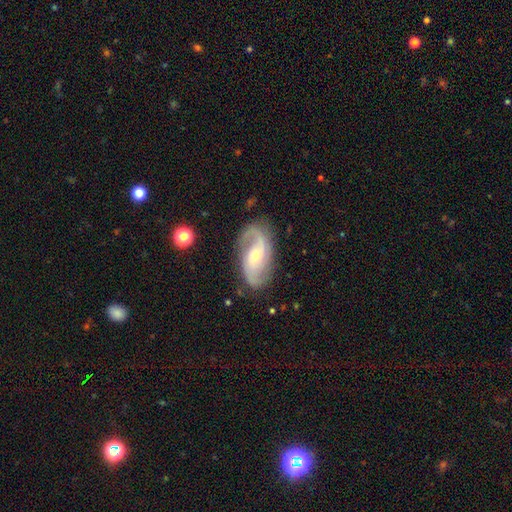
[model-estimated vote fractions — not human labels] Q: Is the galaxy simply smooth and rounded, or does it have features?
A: featured or disk — 87%.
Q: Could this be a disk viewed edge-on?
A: no — 96%.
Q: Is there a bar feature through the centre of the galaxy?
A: no — 48%.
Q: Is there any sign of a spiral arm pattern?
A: yes — 96%.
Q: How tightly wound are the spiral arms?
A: medium — 47%.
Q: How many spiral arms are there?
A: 2 — 88%.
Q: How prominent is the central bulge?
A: small — 57%.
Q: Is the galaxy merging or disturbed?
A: none — 79%.